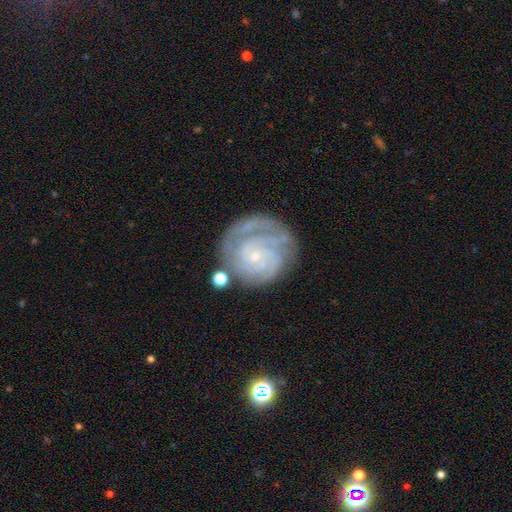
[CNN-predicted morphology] featured or disk 85%, smooth 8%, star or artifact 7%. Down the decision tree: edge-on disk — no (98%); bar — no (73%); spiral arms — yes (96%); spiral arm count — 3 (28%); spiral winding — tight (77%); bulge size — small (83%); merging — none (68%).